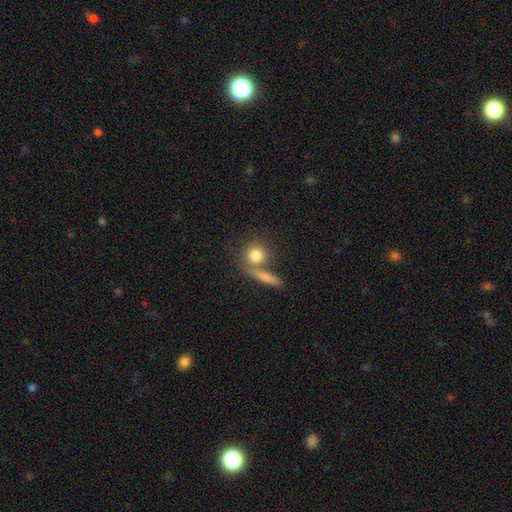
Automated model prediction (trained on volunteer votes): This is likely a smooth galaxy (79%). How rounded: likely round (80%). Merging: possibly none (58%).